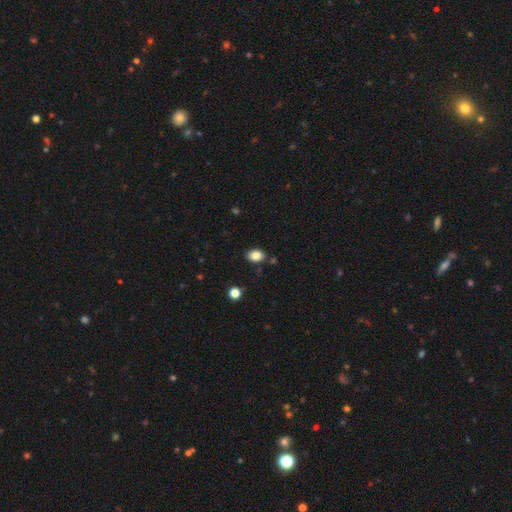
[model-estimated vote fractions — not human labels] Smooth or featured: smooth — 85% (star or artifact — 9%)
How rounded: in between — 72% (round — 27%)
Merging: none — 83% (minor disturbance — 11%)